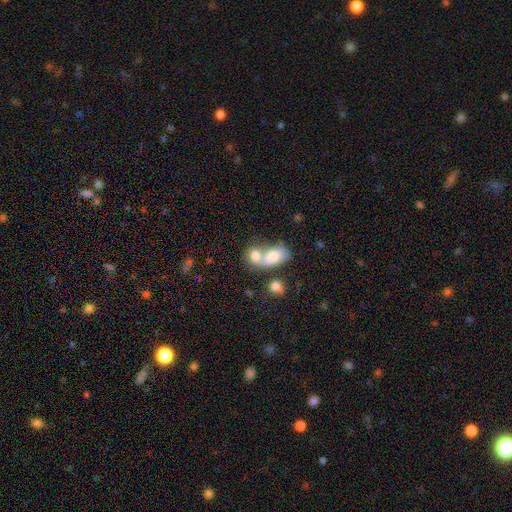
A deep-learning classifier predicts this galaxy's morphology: Smooth or featured? smooth (74%)
How rounded? in between (72%)
Merging? merger (71%)